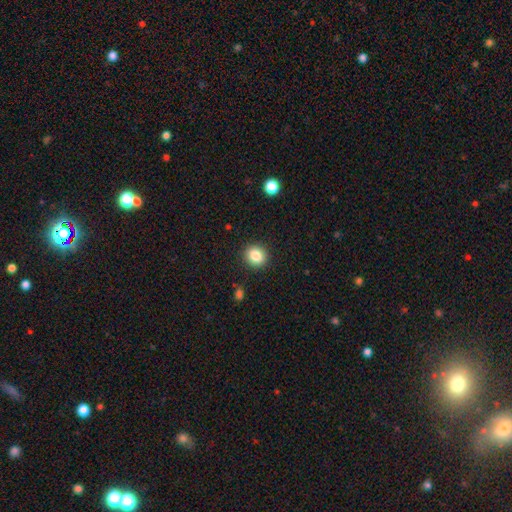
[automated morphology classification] Smooth or featured? Predicted: smooth (p=0.85). How rounded? Predicted: round (p=0.81). Merging? Predicted: none (p=0.90).